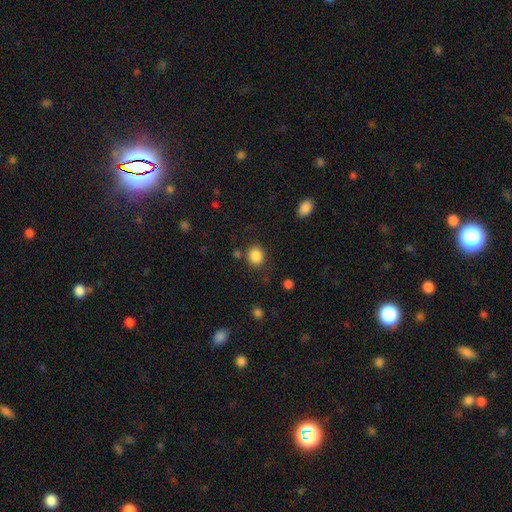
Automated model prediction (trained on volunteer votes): Morphology: type=smooth (86%); roundness=round (73%); merging=none (79%).